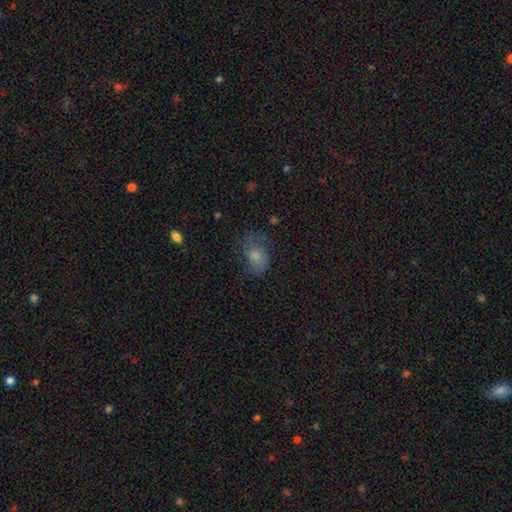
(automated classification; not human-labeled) The model was most divided on "smooth or featured": smooth: 45%, featured or disk: 39%, star or artifact: 16%. More confident: merging — none (57%).